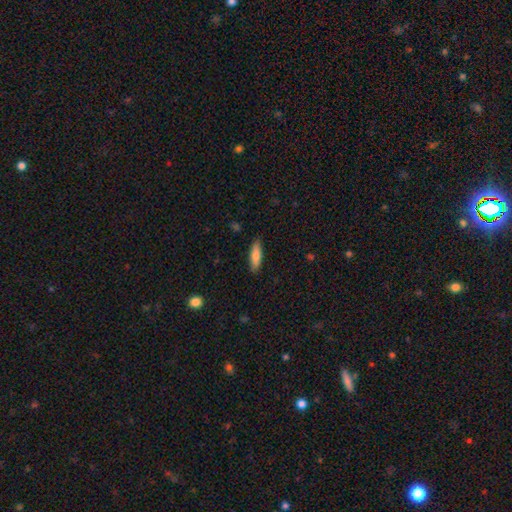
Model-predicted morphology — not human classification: Q: Smooth or featured?
A: smooth (77%); runner-up: featured or disk (17%)
Q: How rounded?
A: cigar-shaped (58%); runner-up: in between (40%)
Q: Merging?
A: none (88%); runner-up: minor disturbance (9%)